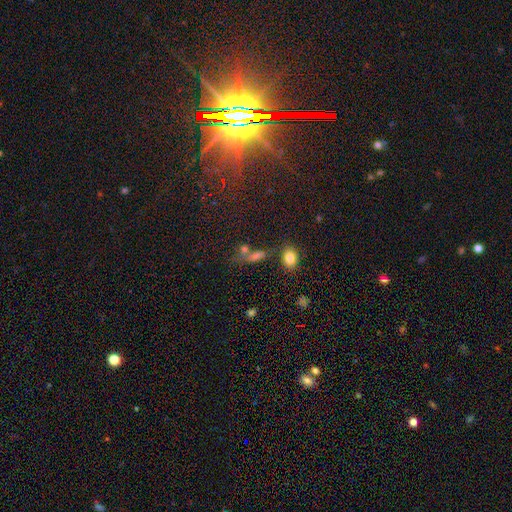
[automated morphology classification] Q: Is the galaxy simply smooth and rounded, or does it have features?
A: smooth — 64%.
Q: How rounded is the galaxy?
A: in between — 68%.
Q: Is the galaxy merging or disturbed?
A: none — 59%.